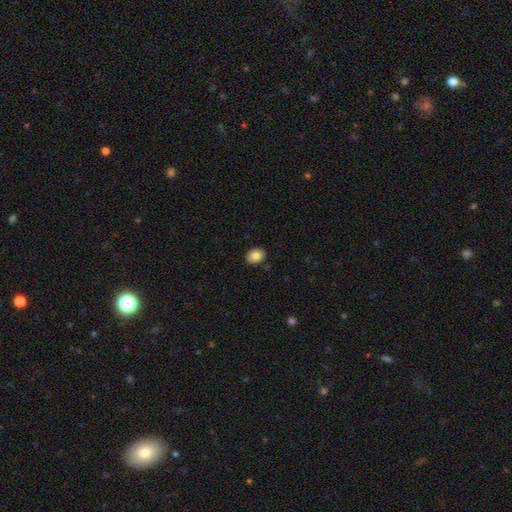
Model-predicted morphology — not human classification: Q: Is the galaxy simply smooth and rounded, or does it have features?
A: smooth — 83%.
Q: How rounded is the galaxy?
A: in between — 56%.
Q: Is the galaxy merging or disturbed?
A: none — 88%.